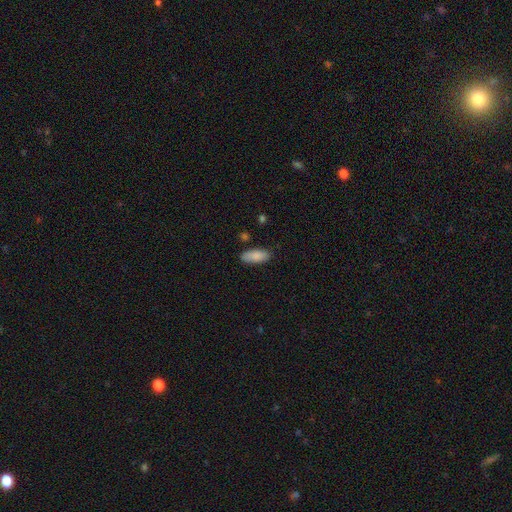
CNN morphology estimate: Smooth or featured? smooth (87%)
How rounded? in between (82%)
Merging? none (83%)